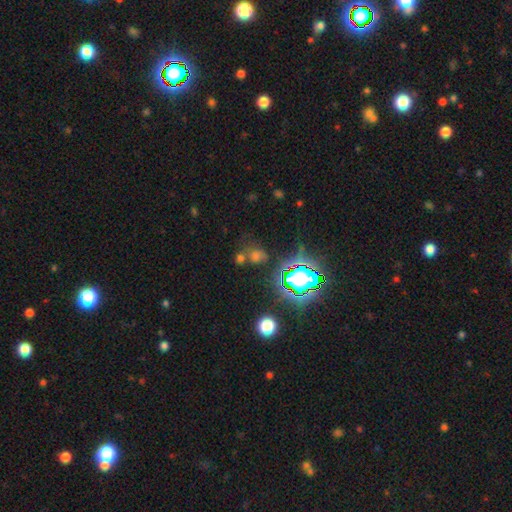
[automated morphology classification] smooth_or_featured: smooth (p=0.45) [tied with: star or artifact p=0.45]
merging: none (p=0.64) [alt: merger p=0.17]